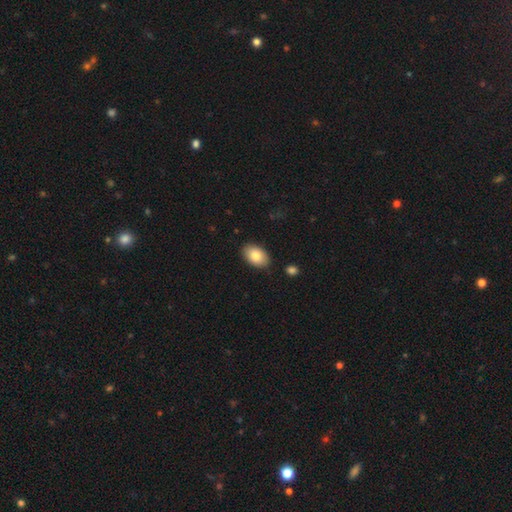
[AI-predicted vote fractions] Smooth or featured: smooth — 83% (featured or disk — 11%)
How rounded: in between — 91% (round — 8%)
Merging: none — 86% (minor disturbance — 10%)